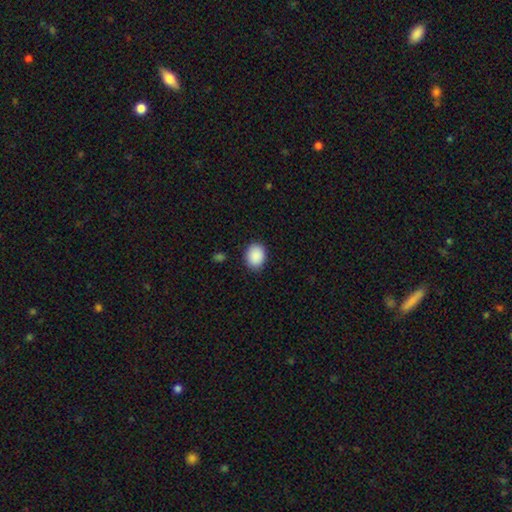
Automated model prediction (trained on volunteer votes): A smooth galaxy with no disk features (90%) that is in between round and cigar-shaped (52%). Merging: none (87%).